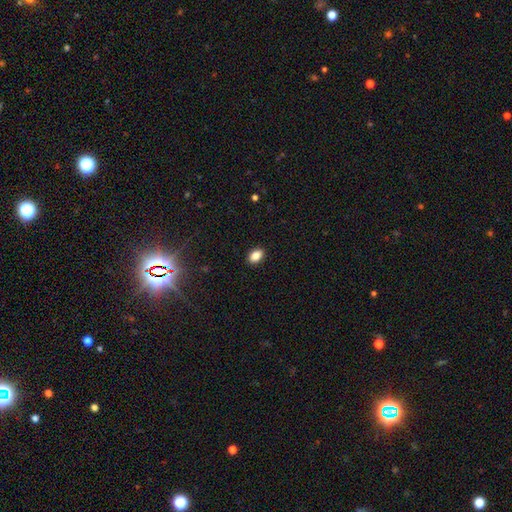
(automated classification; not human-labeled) Smooth or featured? smooth (86%)
How rounded? in between (86%)
Merging? none (90%)